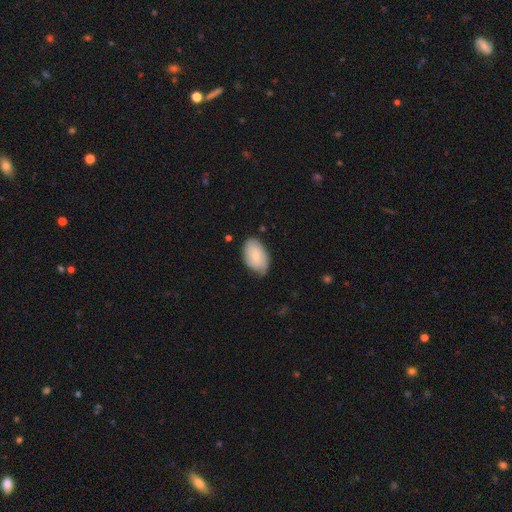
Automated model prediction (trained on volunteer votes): Overall: smooth (68%). How rounded: in between (91%). Merging: none (66%; minor disturbance 28%).